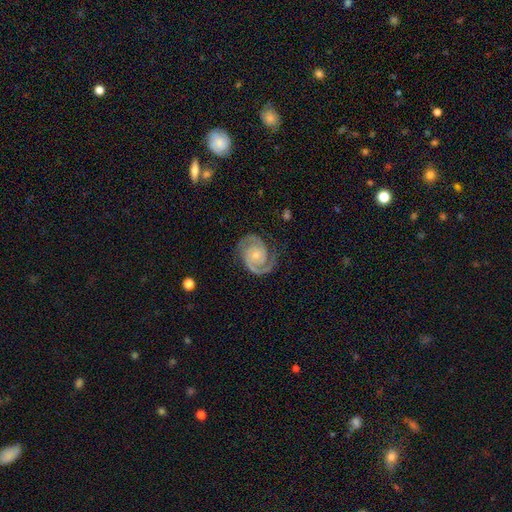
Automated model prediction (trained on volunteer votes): smooth-or-featured: featured or disk: 92% | star or artifact: 4% | smooth: 4%
  disk-edge-on: no: 98% | yes: 2%
    bar: no: 71% | weak: 23% | strong: 6%
    has-spiral-arms: yes: 98% | no: 2%
      spiral-winding: tight: 57% | medium: 37% | loose: 6%
      spiral-arm-count: 2: 92% | 3: 3% | can't tell: 2% | 1: 1% | 4: 1% | more than 4: 1%
    bulge-size: small: 62% | moderate: 33% | none: 3% | large: 2% | dominant: 1%
  merging: none: 79% | minor disturbance: 14% | major disturbance: 5% | merger: 1%